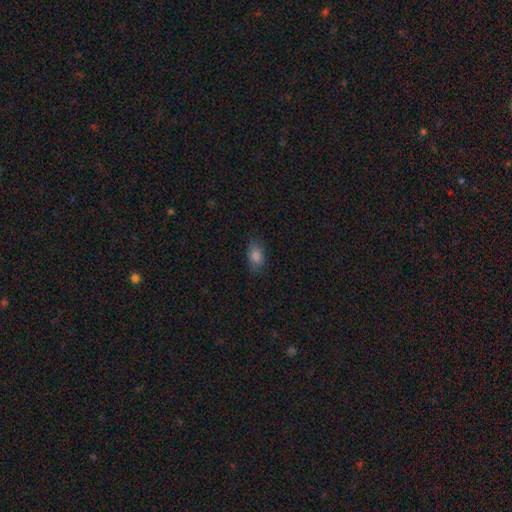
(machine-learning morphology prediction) smooth 82%, star or artifact 11%, featured or disk 8%. Down the decision tree: how rounded — in between (85%); merging — none (80%).